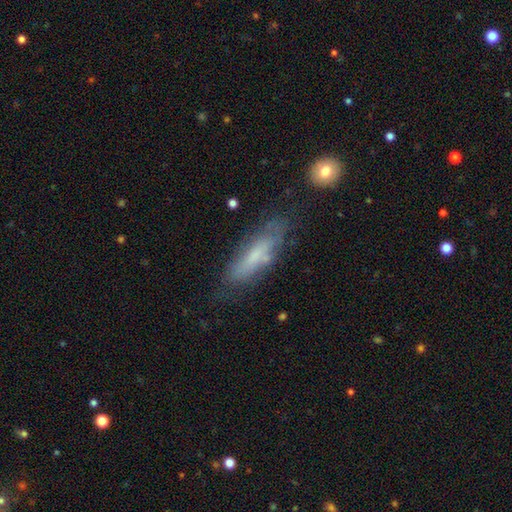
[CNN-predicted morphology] smooth 56%, featured or disk 36%, star or artifact 8%. Down the decision tree: how rounded — cigar-shaped (56%); merging — none (59%).